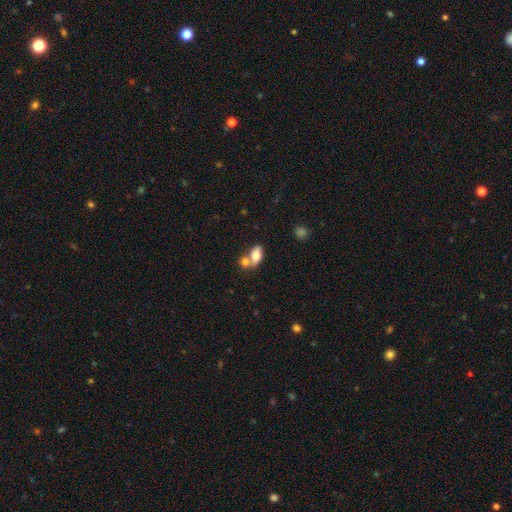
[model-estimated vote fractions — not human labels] Q: Smooth or featured?
A: smooth (74%); runner-up: featured or disk (19%)
Q: How rounded?
A: in between (85%); runner-up: round (12%)
Q: Merging?
A: merger (55%); runner-up: none (30%)